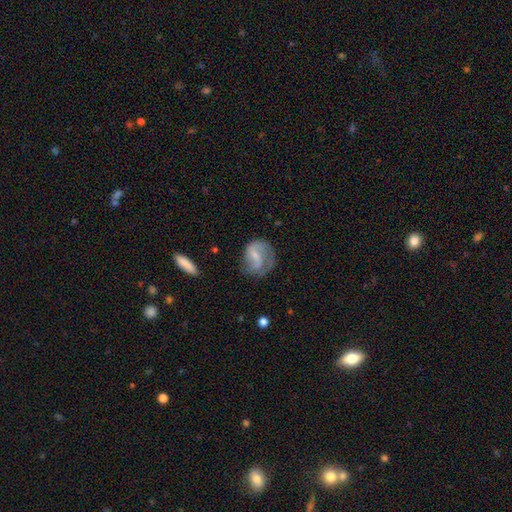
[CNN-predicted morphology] The model was most divided on "smooth or featured": featured or disk: 55%, smooth: 38%, star or artifact: 7%. Remaining: edge-on disk — no (97%); spiral arms — yes (74%); bar — weak (49%); bulge size — small (48%); merging — none (46%).